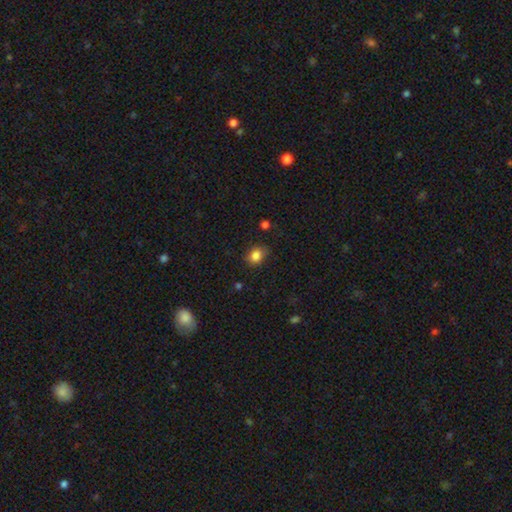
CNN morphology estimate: smooth-or-featured: smooth: 84% | star or artifact: 11% | featured or disk: 5%
  how-rounded: in between: 51% | round: 48% | cigar-shaped: 1%
  merging: none: 77% | minor disturbance: 18% | major disturbance: 3% | merger: 2%